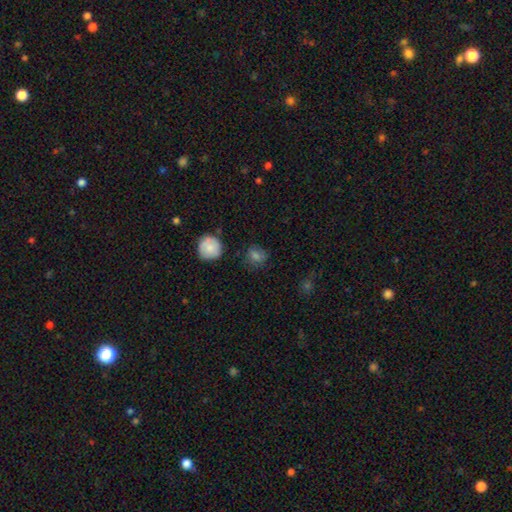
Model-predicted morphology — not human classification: type=smooth (74%); roundness=round (74%); merging=none (77%).